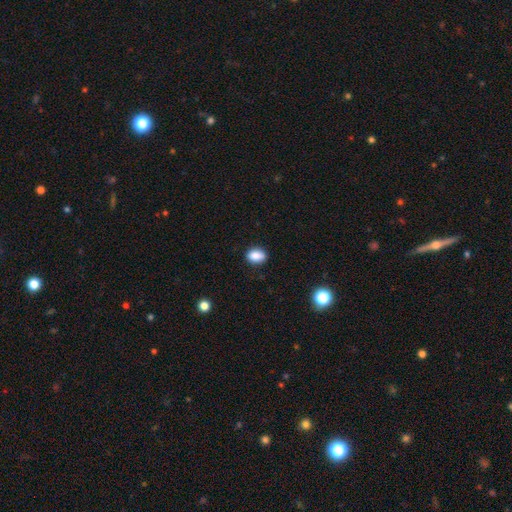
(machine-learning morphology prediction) This appears to be a smooth galaxy with no disk features (87%) that is in between round and cigar-shaped (77%). Merging: none (85%).